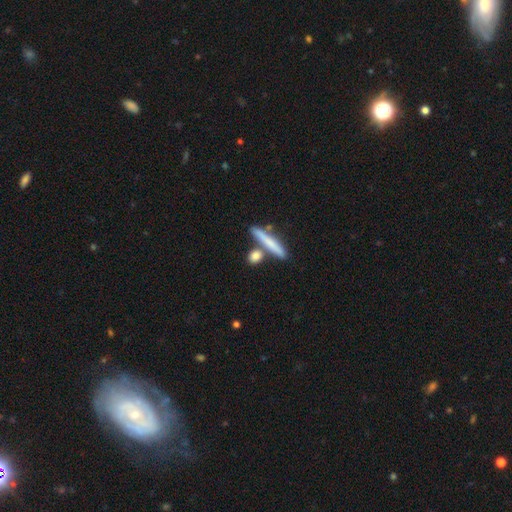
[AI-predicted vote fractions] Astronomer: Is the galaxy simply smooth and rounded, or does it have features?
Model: smooth — 76%.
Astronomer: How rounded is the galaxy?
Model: cigar-shaped — 51% (runner-up: round, 29%).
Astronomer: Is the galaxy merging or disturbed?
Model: none — 71%.